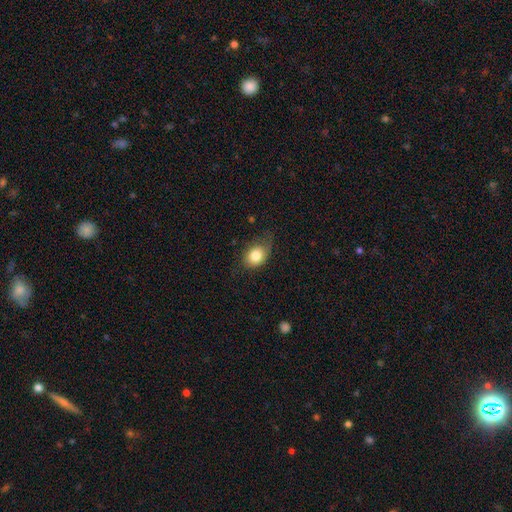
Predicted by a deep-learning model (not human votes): The model was most divided on "merging": none: 55%, minor disturbance: 31%, major disturbance: 13%, merger: 2%. More confident: smooth or featured — smooth (80%); how rounded — in between (64%).